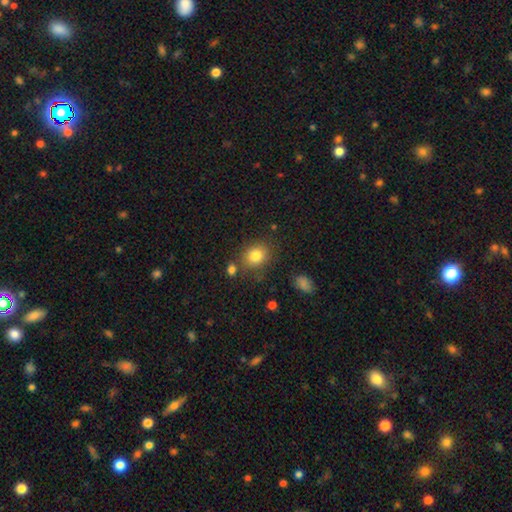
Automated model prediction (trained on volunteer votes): Morphology: type=smooth (81%); roundness=round (61%); merging=none (77%).